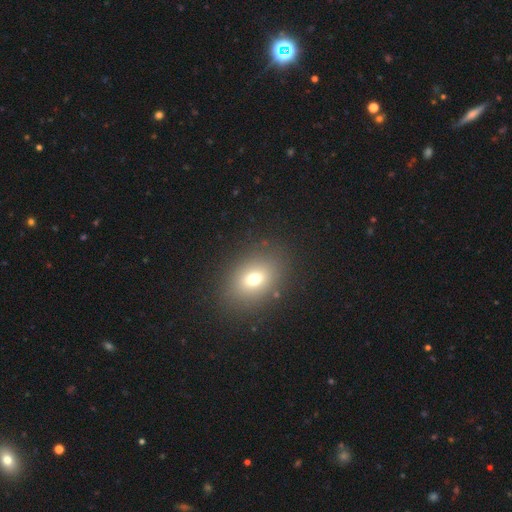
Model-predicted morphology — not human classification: Smooth or featured? Predicted: smooth (p=0.66). How rounded? Predicted: in between (p=0.61). Merging? Predicted: none (p=0.90).